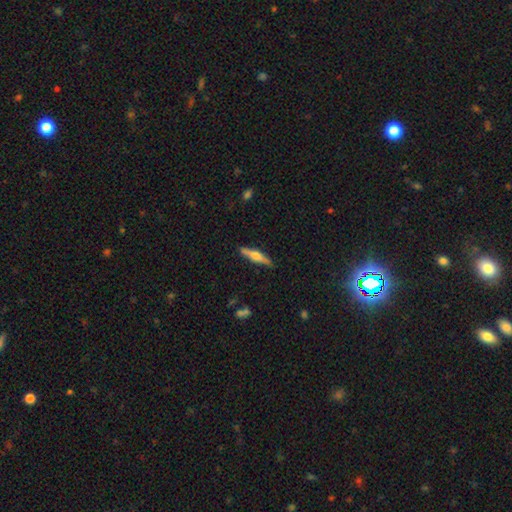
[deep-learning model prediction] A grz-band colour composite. It shows a featured or disk galaxy (59%) viewed edge-on (96%) with a rounded central bulge (89%). Merging: none (88%).